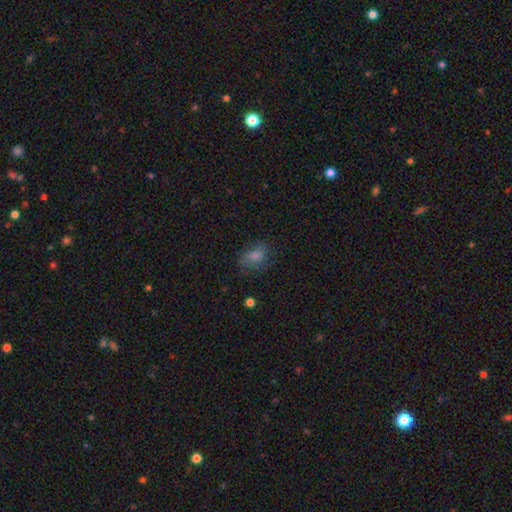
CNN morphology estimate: smooth 68%, featured or disk 16%, star or artifact 16%. Down the decision tree: how rounded — in between (70%); merging — none (66%).